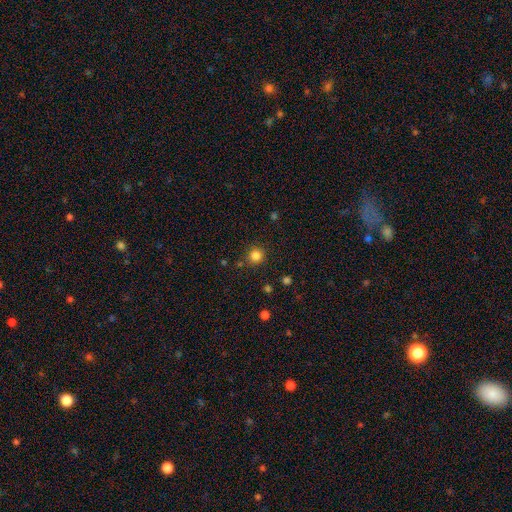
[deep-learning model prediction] Overall: smooth (83%). How rounded: round (92%). Merging: none (85%).